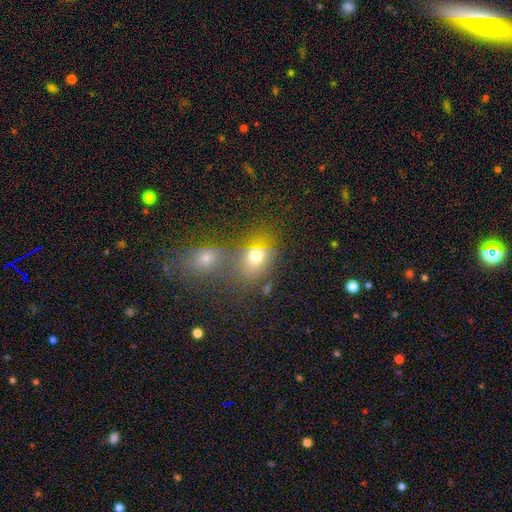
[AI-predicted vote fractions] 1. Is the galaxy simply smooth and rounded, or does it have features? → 71% smooth, 16% star or artifact, 13% featured or disk.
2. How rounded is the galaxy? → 62% in between, 36% round, 2% cigar-shaped.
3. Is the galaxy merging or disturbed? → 41% merger, 40% none, 12% minor disturbance, 8% major disturbance.